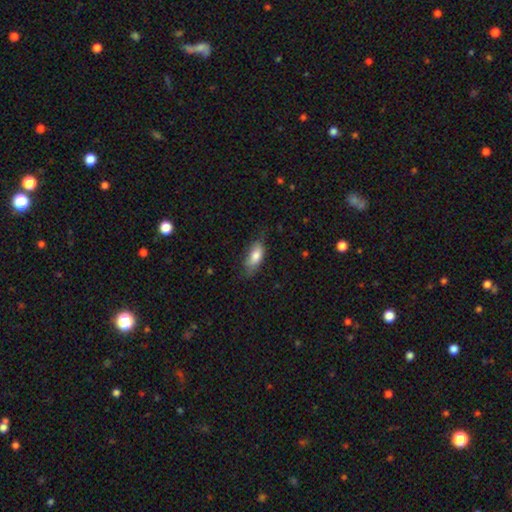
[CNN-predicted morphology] smooth_or_featured: smooth (p=0.80) [alt: featured or disk p=0.14]
how_rounded: in between (p=0.83) [alt: cigar-shaped p=0.14]
merging: none (p=0.65) [alt: minor disturbance p=0.26]